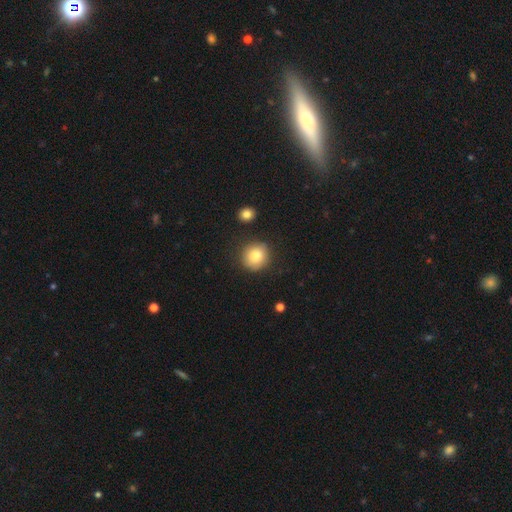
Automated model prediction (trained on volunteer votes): Overall: smooth (81%). How rounded: round (89%). Merging: none (84%).